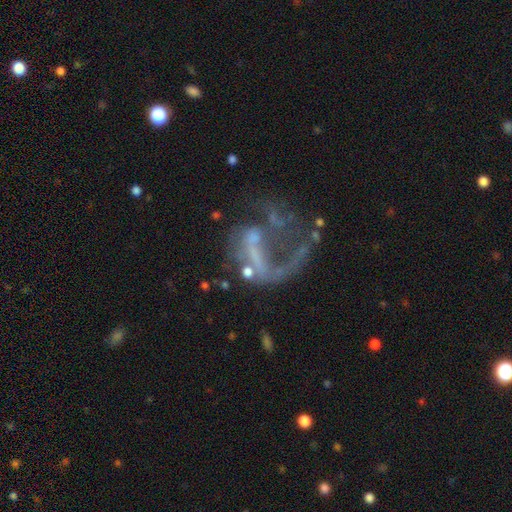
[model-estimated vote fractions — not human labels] Smooth or featured? Predicted: featured or disk (p=0.71). Edge-on disk? Predicted: no (p=0.97). Bar? Predicted: no (p=0.55). Spiral arms? Predicted: no (p=0.55). Bulge size? Predicted: none (p=0.62). Merging? Predicted: major disturbance (p=0.51).